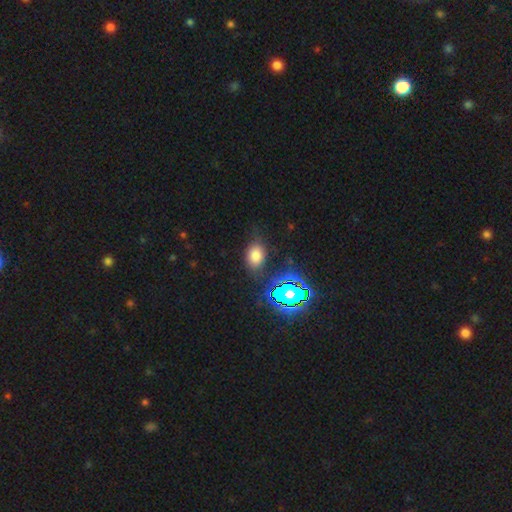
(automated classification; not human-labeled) Morphology: type=smooth (68%); roundness=in between (77%); merging=none (74%).